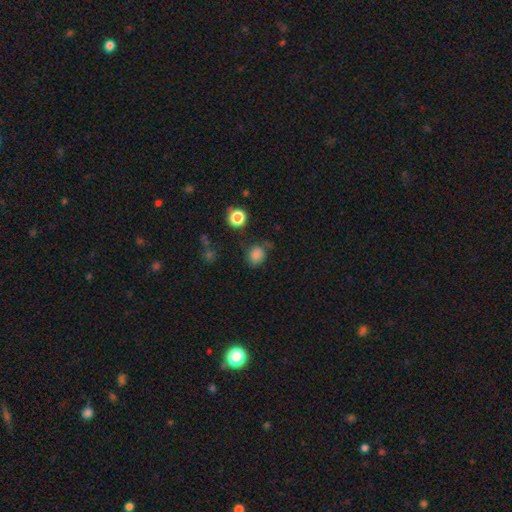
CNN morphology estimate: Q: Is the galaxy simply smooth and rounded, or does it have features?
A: smooth — 79%.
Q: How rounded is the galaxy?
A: round — 67%.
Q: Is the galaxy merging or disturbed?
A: none — 68%.